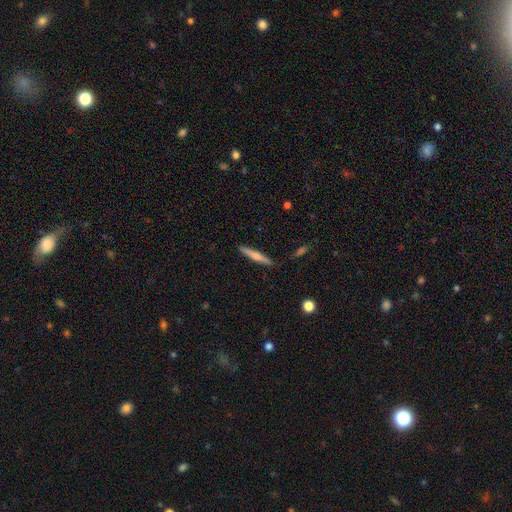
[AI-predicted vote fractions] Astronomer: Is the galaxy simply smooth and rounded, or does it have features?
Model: smooth — 52% (runner-up: featured or disk, 42%).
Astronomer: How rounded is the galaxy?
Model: cigar-shaped — 94%.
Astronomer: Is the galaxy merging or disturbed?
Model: none — 88%.